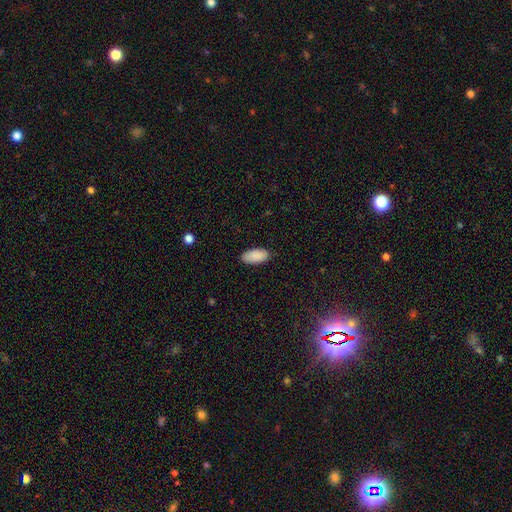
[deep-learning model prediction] The model was most divided on "merging": none: 87%, minor disturbance: 10%, major disturbance: 2%, merger: 1%. More confident: how rounded — in between (92%); smooth or featured — smooth (90%).